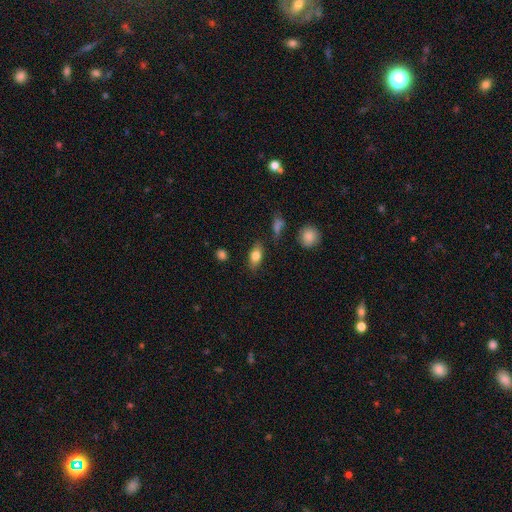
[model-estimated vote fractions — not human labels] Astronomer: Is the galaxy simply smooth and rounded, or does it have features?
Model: smooth — 79%.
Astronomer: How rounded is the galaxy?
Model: in between — 85%.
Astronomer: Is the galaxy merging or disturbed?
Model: none — 82%.